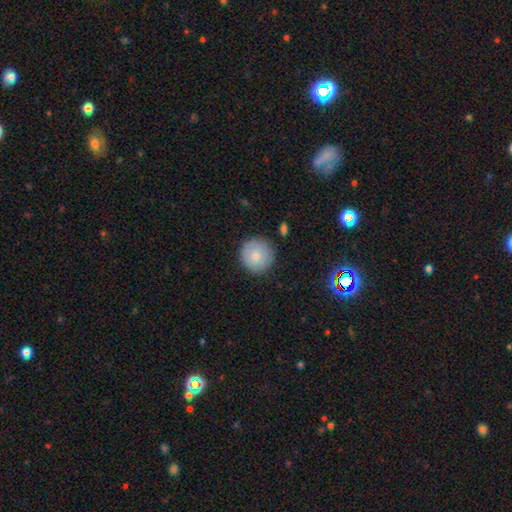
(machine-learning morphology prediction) smooth-or-featured: smooth: 82% | featured or disk: 11% | star or artifact: 7%
  how-rounded: round: 95% | in between: 4% | cigar-shaped: 1%
  merging: none: 87% | minor disturbance: 9% | major disturbance: 2% | merger: 2%